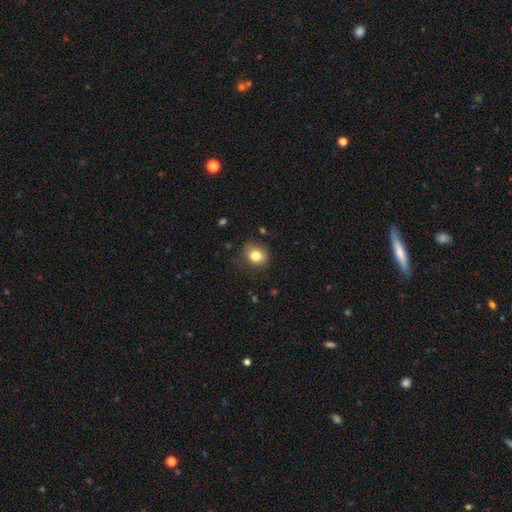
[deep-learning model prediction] Morphology: type=smooth (81%); roundness=round (66%); merging=none (80%).